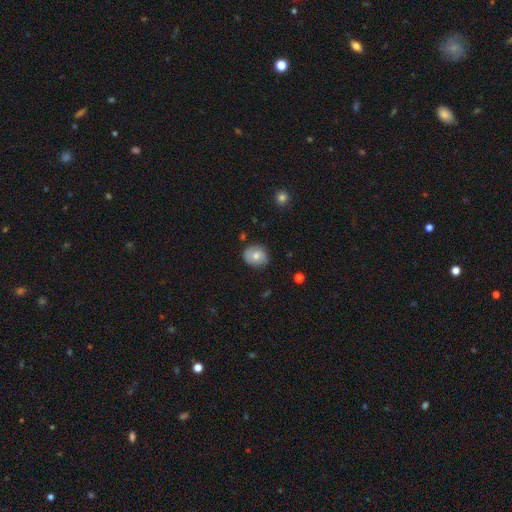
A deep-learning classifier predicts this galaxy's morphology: A smooth galaxy with no disk features (65%) that is round (66%). Merging: none (76%).